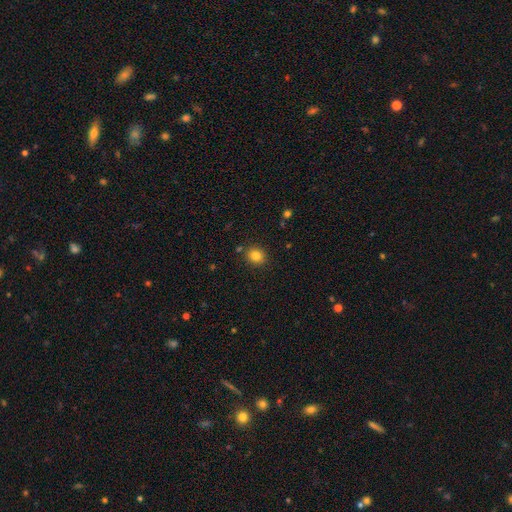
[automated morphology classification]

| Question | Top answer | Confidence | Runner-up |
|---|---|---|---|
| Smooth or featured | smooth | 83% | star or artifact (11%) |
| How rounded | round | 74% | in between (25%) |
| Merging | none | 86% | minor disturbance (8%) |